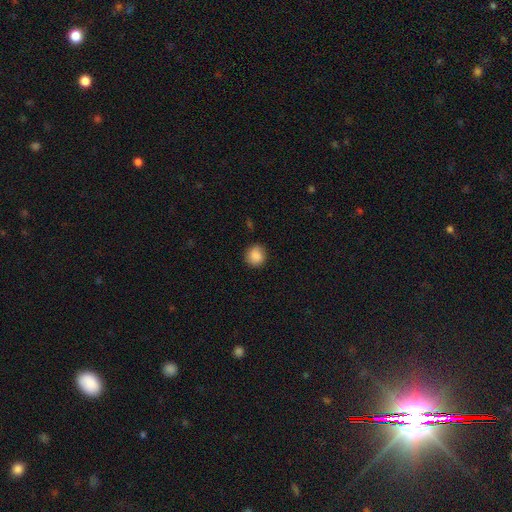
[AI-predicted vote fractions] Smooth or featured?
  - smooth: 88% *
  - star or artifact: 9%
  - featured or disk: 3%
How rounded?
  - round: 88% *
  - in between: 11%
  - cigar-shaped: 1%
Merging?
  - none: 87% *
  - minor disturbance: 9%
  - major disturbance: 2%
  - merger: 1%